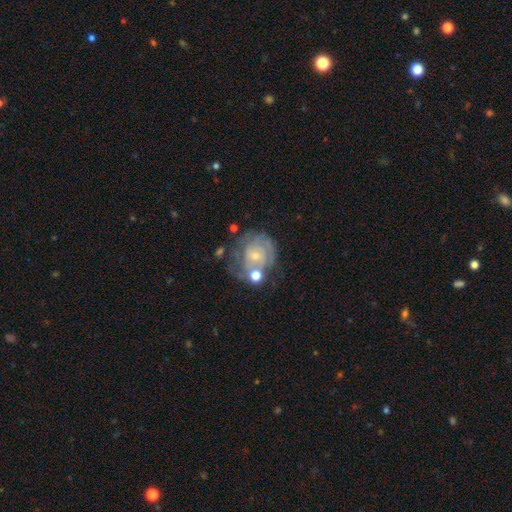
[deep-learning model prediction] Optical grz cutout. It shows a featured or disk galaxy (75%) with no bar (70%), tight (66%) spiral arms (86%) and a small central bulge (70%). Merging: none (50%).